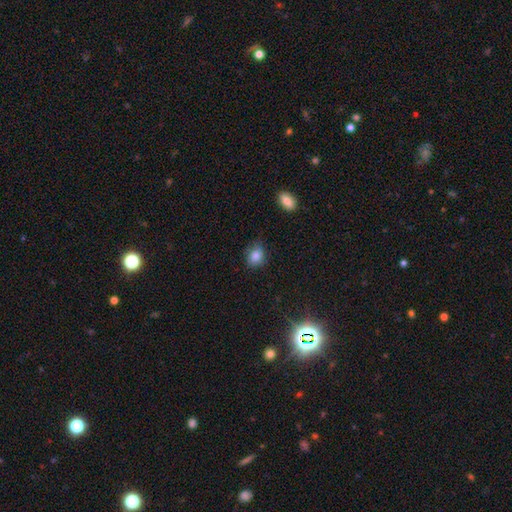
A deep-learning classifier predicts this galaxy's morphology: The model was most divided on "how rounded": in between: 59%, round: 39%, cigar-shaped: 1%. More confident: smooth or featured — smooth (84%); merging — none (66%).